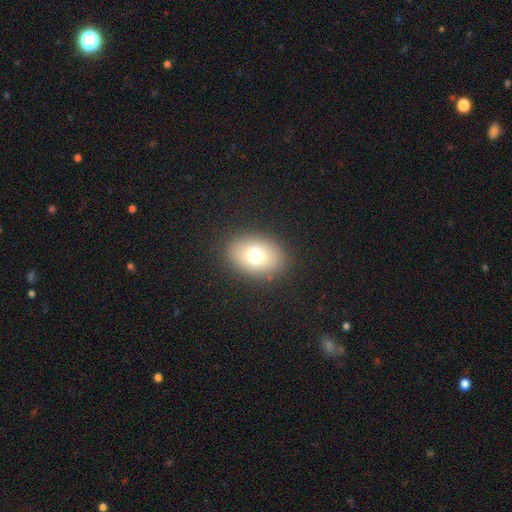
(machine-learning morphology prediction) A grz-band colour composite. It shows a smooth galaxy with no disk features (71%) that is in between round and cigar-shaped (70%). Merging: none (87%).